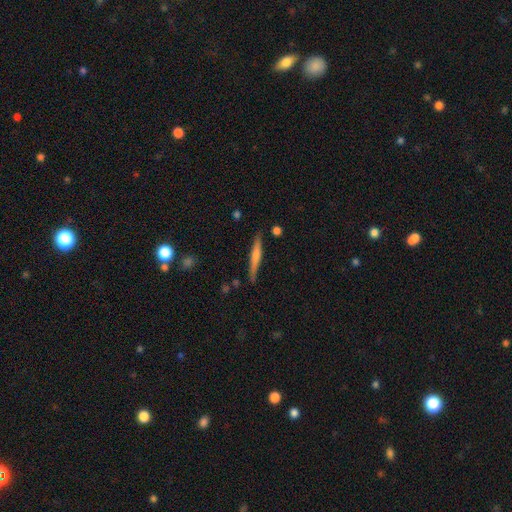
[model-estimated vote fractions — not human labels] Smooth or featured? featured or disk (47%, tied with smooth)
Merging? none (84%)